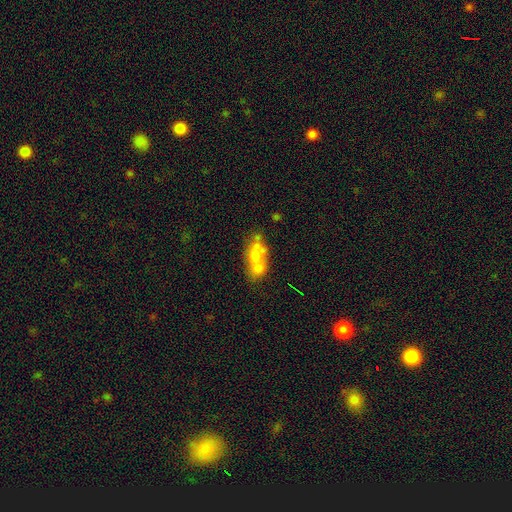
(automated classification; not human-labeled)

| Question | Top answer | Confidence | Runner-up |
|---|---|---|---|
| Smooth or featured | smooth | 55% | featured or disk (34%) |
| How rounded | in between | 76% | round (17%) |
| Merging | merger | 52% | none (28%) |